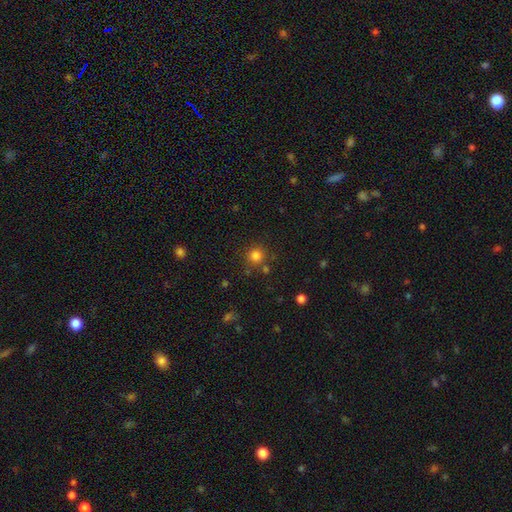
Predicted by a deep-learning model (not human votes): Smooth or featured?
  - smooth: 81% *
  - star or artifact: 14%
  - featured or disk: 5%
How rounded?
  - round: 93% *
  - in between: 6%
  - cigar-shaped: 1%
Merging?
  - none: 81% *
  - minor disturbance: 8%
  - merger: 7%
  - major disturbance: 3%